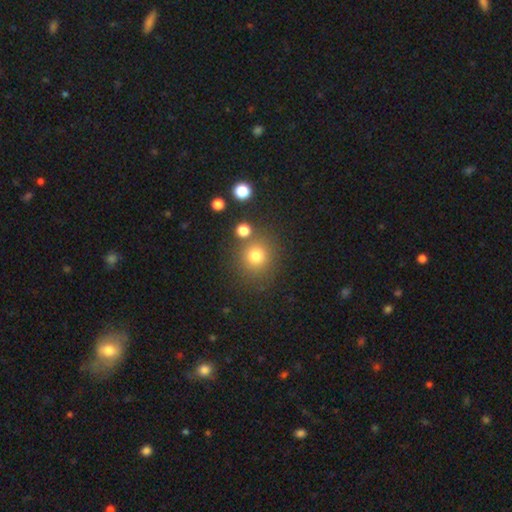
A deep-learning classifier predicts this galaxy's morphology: smooth-or-featured: smooth: 77% | star or artifact: 15% | featured or disk: 8%
  how-rounded: round: 88% | in between: 11% | cigar-shaped: 1%
  merging: none: 79% | minor disturbance: 9% | merger: 8% | major disturbance: 4%